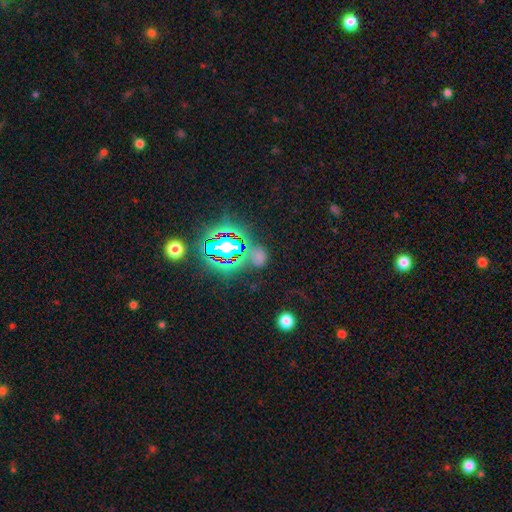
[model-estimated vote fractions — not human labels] Morphology: type=star or artifact (56%).